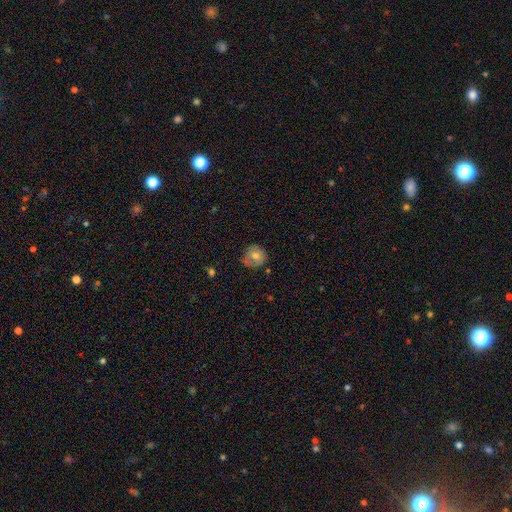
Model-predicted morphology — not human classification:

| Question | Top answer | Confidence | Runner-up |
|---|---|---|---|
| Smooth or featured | smooth | 62% | featured or disk (30%) |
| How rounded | round | 86% | in between (14%) |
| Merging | none | 69% | minor disturbance (23%) |